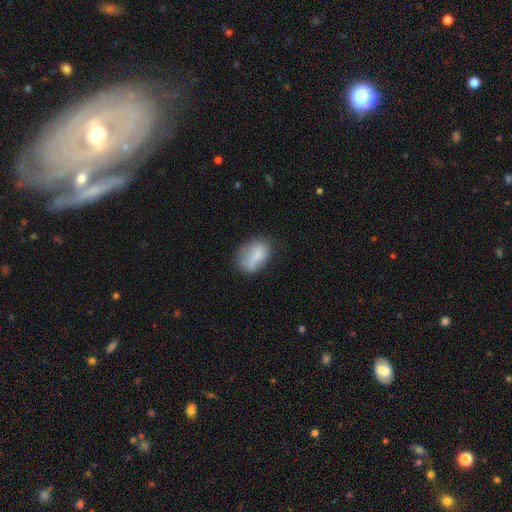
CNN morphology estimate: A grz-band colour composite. It shows a smooth galaxy with no disk features (77%) that is in between round and cigar-shaped (82%). Merging: none (58%).